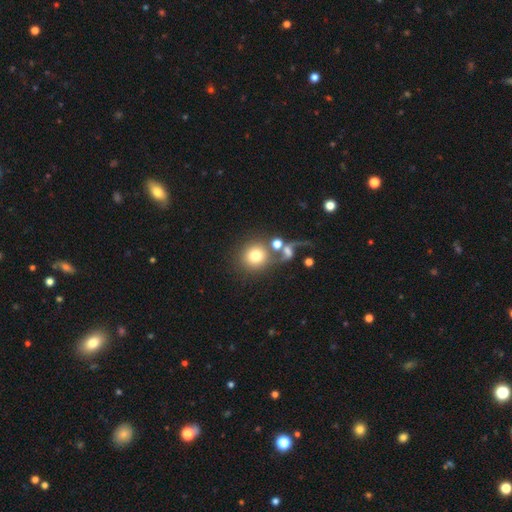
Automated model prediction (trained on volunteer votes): This appears to be a smooth galaxy with no disk features (74%) that is round (88%). Merging: none (56%).